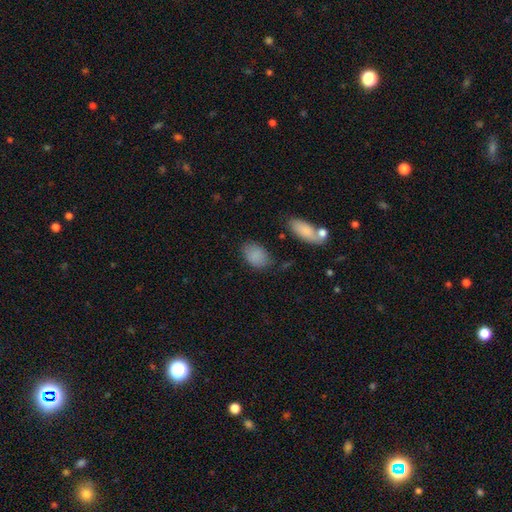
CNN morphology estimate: Q: Smooth or featured?
A: smooth (86%); runner-up: star or artifact (8%)
Q: How rounded?
A: in between (86%); runner-up: round (13%)
Q: Merging?
A: none (70%); runner-up: minor disturbance (20%)